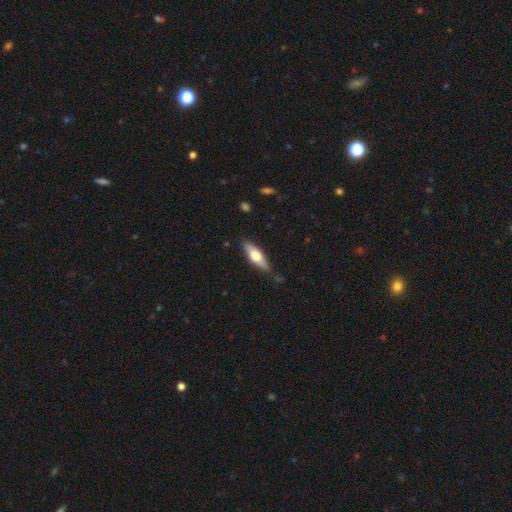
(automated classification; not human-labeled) smooth_or_featured: smooth (p=0.55) [alt: featured or disk p=0.39]
how_rounded: in between (p=0.55) [alt: cigar-shaped p=0.42]
merging: none (p=0.84) [alt: minor disturbance p=0.12]